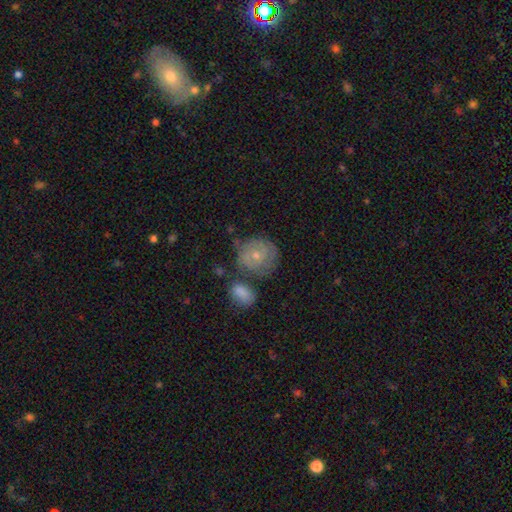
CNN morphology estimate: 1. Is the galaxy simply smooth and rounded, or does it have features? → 56% featured or disk, 36% smooth, 8% star or artifact.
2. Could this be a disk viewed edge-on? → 97% no, 3% yes.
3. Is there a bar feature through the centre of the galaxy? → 77% no, 19% weak, 3% strong.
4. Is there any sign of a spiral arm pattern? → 79% yes, 21% no.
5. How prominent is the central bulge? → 56% small, 40% moderate, 2% none, 2% large, 1% dominant.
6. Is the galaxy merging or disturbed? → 59% none, 20% minor disturbance, 12% merger, 8% major disturbance.